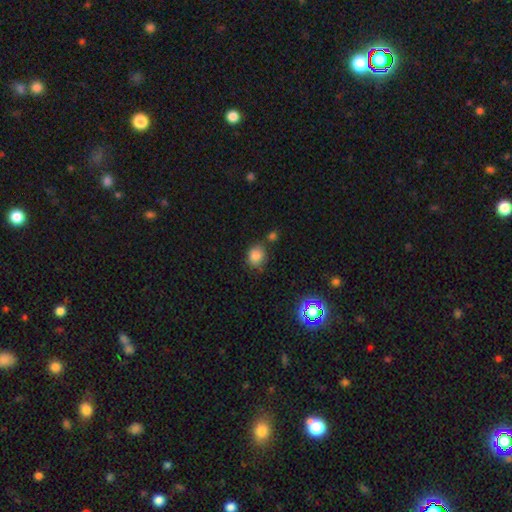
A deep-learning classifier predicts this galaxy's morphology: Smooth or featured? smooth (83%)
How rounded? round (70%)
Merging? none (69%)